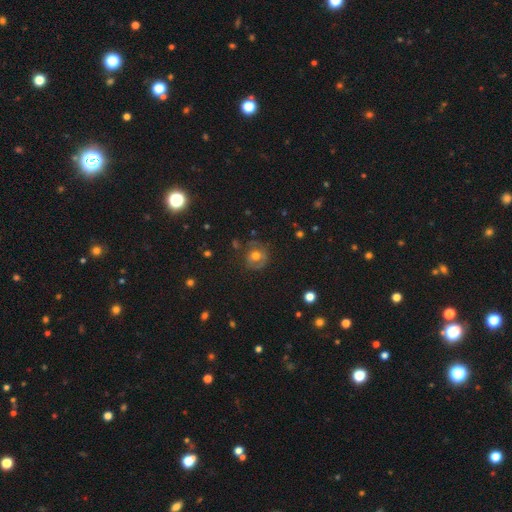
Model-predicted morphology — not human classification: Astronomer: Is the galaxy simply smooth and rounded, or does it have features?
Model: smooth — 50% (runner-up: featured or disk, 39%).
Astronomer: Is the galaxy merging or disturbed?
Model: none — 69%.